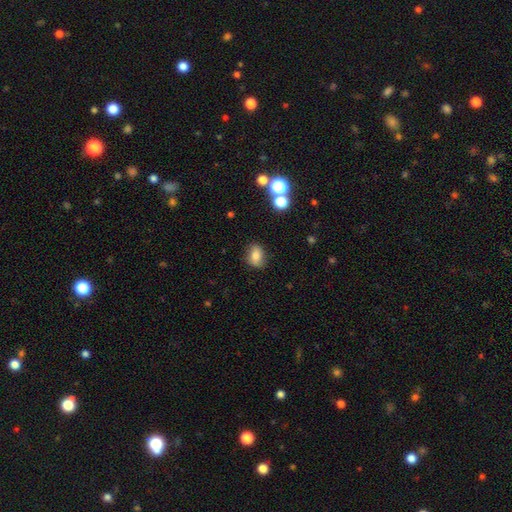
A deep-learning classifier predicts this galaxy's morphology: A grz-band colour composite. It shows a smooth galaxy with no disk features (76%) that is in between round and cigar-shaped (66%). Merging: none (81%).